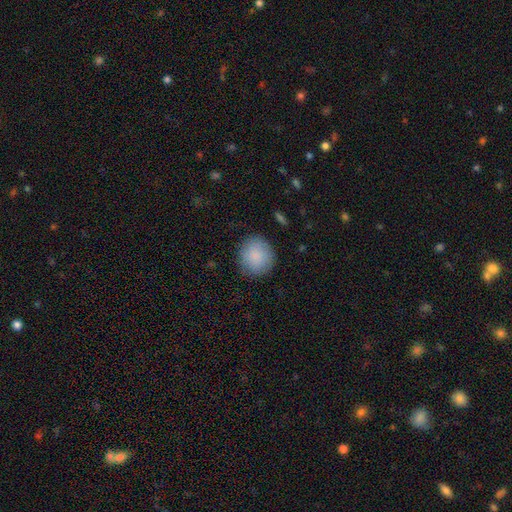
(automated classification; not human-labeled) Smooth or featured? smooth (87%)
How rounded? round (89%)
Merging? none (86%)